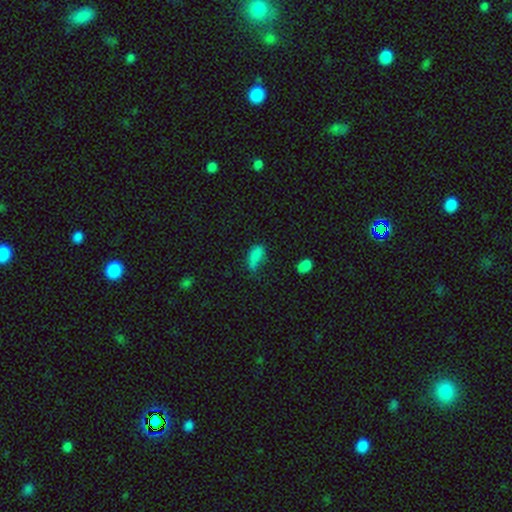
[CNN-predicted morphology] This appears to be a smooth galaxy with no disk features (77%) that is in between round and cigar-shaped (84%). Merging: minor disturbance (35%).